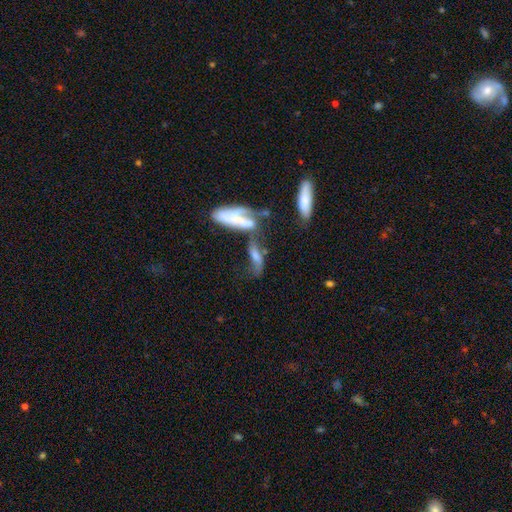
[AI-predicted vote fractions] This is possibly a featured or disk galaxy (46%). Merging: possibly merger (53%).